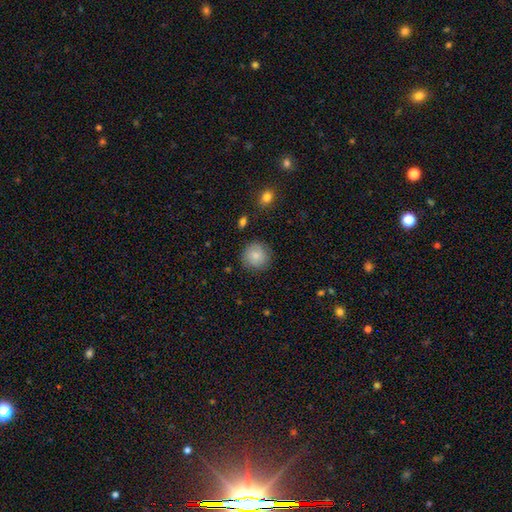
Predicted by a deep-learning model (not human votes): Overall: smooth (85%). How rounded: round (93%). Merging: none (86%).